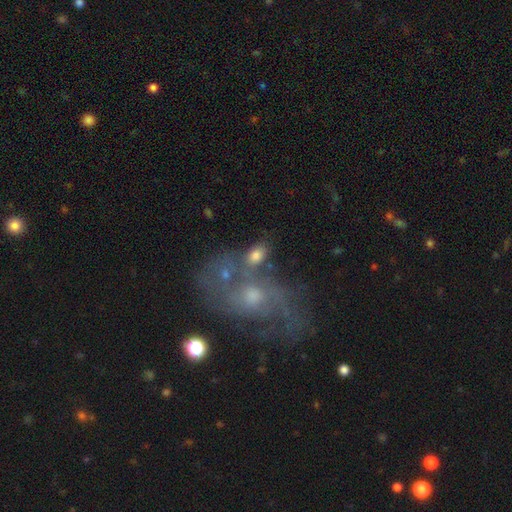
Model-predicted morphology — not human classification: smooth_or_featured: smooth (p=0.74) [alt: featured or disk p=0.16]
how_rounded: in between (p=0.84) [alt: round p=0.14]
merging: none (p=0.56) [alt: merger p=0.19]